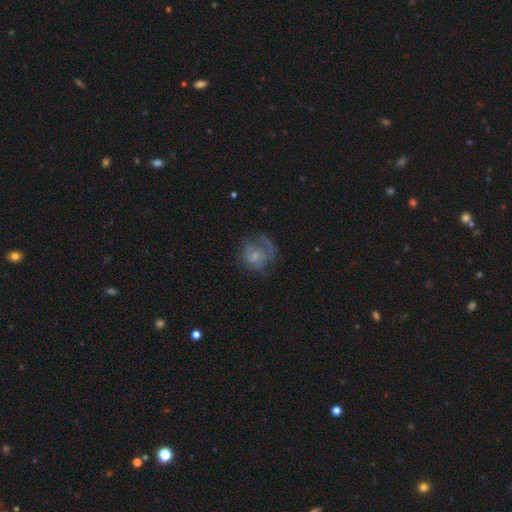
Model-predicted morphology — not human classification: This appears to be a featured or disk galaxy (50%). Merging: none (47%).